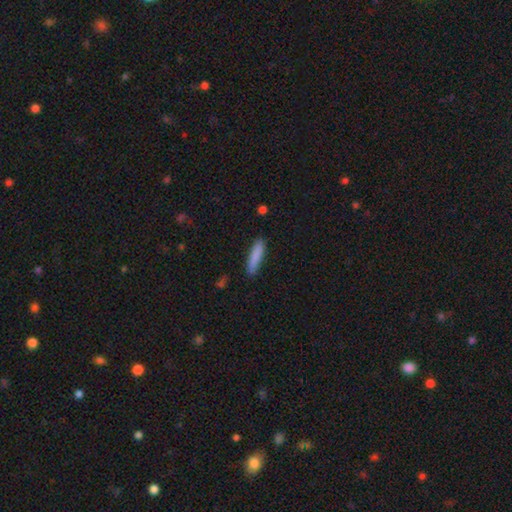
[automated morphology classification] This is clearly a smooth galaxy (86%). How rounded: clearly cigar-shaped (82%). Merging: clearly none (86%).